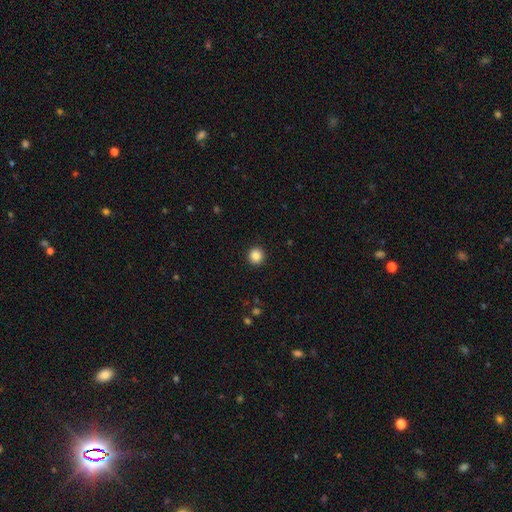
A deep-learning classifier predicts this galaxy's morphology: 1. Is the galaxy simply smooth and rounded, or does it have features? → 86% smooth, 10% star or artifact, 4% featured or disk.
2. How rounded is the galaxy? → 94% round, 5% in between, 1% cigar-shaped.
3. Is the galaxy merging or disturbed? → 93% none, 4% minor disturbance, 2% major disturbance, 1% merger.